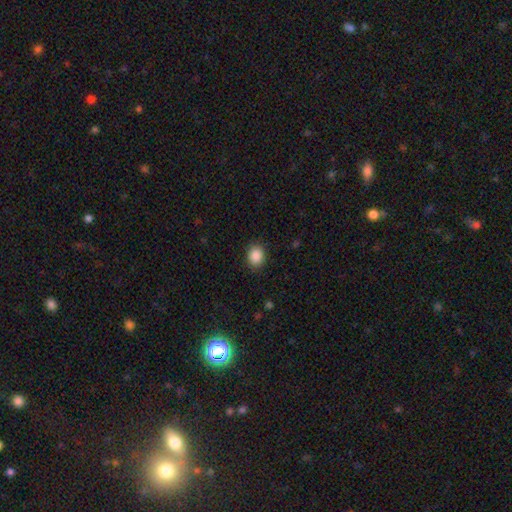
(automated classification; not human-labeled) Smooth or featured? smooth (88%)
How rounded? round (55%)
Merging? none (88%)